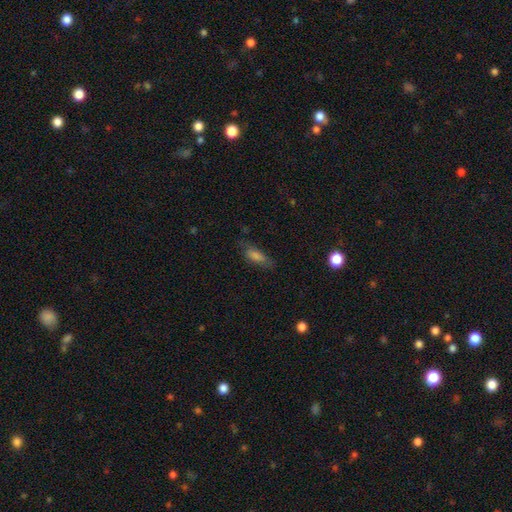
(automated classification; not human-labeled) Smooth or featured?
  - smooth: 67% *
  - featured or disk: 20%
  - star or artifact: 13%
How rounded?
  - in between: 53% *
  - cigar-shaped: 44%
  - round: 3%
Merging?
  - none: 69% *
  - minor disturbance: 21%
  - major disturbance: 8%
  - merger: 2%